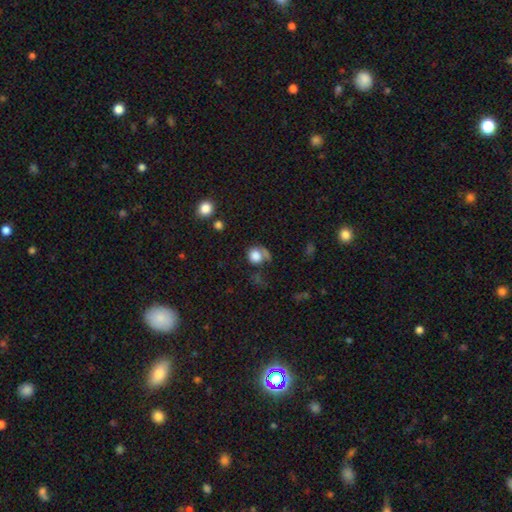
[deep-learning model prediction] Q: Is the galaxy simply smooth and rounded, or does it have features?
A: smooth — 78%.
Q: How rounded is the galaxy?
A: round — 79%.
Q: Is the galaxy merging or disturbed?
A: none — 45%.